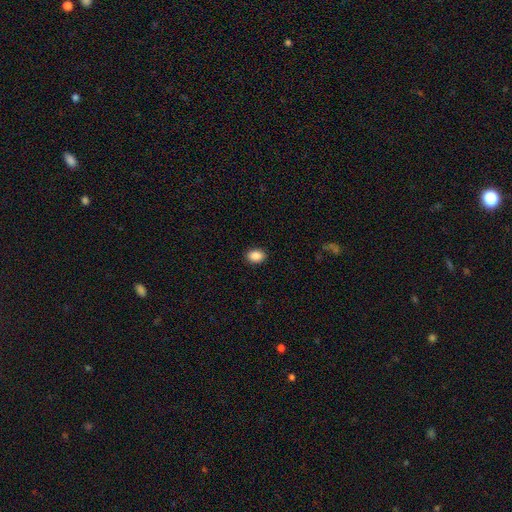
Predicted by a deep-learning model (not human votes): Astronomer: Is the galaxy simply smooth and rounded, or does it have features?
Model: smooth — 88%.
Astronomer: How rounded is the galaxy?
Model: in between — 74%.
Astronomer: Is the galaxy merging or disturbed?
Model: none — 90%.